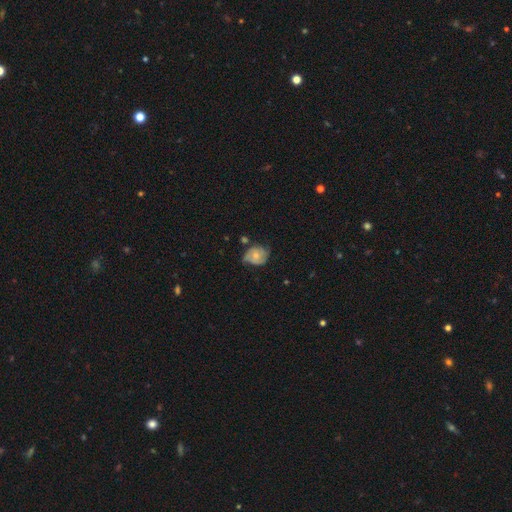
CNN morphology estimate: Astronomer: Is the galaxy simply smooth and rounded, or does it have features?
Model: featured or disk — 55% (runner-up: smooth, 37%).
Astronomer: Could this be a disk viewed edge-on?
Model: no — 97%.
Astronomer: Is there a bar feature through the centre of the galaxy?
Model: no — 76%.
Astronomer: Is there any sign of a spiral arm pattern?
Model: yes — 80%.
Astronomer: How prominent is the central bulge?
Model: small — 48% (runner-up: moderate, 46%).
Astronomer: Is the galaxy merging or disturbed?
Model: none — 50% (runner-up: minor disturbance, 33%).